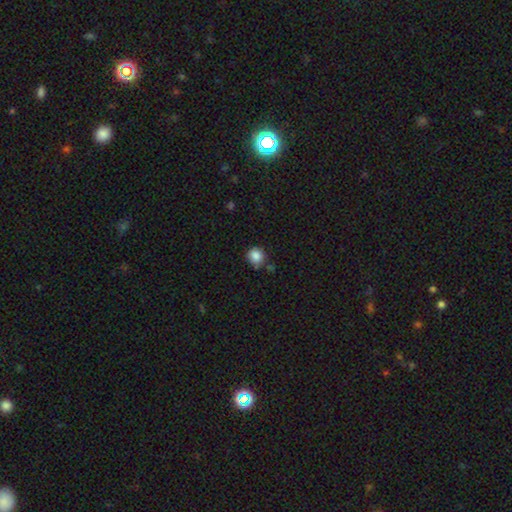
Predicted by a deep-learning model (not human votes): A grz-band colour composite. It shows a smooth galaxy with no disk features (86%) that is round (90%). Merging: none (76%).